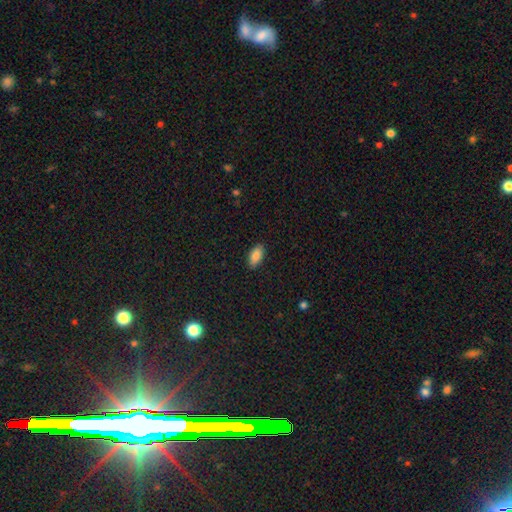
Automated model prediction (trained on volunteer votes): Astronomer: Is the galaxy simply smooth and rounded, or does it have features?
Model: smooth — 85%.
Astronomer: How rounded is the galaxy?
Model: in between — 89%.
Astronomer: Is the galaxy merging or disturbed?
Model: none — 89%.